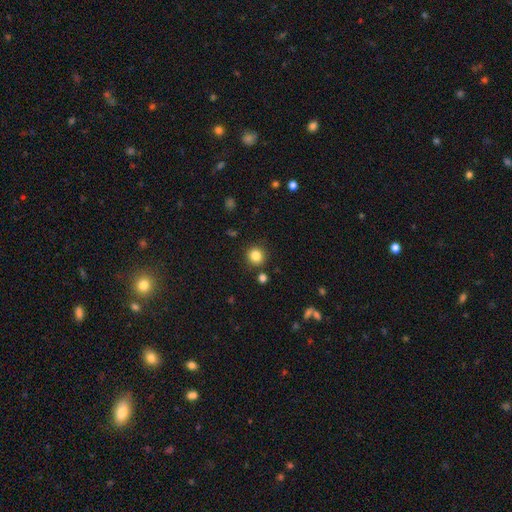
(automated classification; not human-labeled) The model was most divided on "smooth or featured": smooth: 84%, star or artifact: 11%, featured or disk: 5%. More confident: how rounded — round (89%); merging — none (86%).